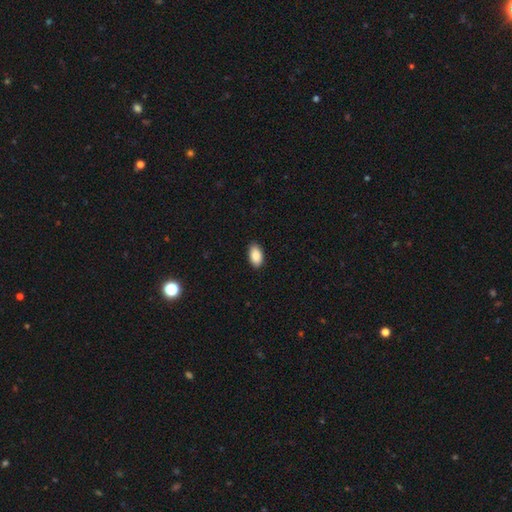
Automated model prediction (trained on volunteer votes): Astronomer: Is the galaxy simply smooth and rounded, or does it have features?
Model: smooth — 88%.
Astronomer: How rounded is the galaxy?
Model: in between — 94%.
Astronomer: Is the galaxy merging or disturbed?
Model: none — 88%.